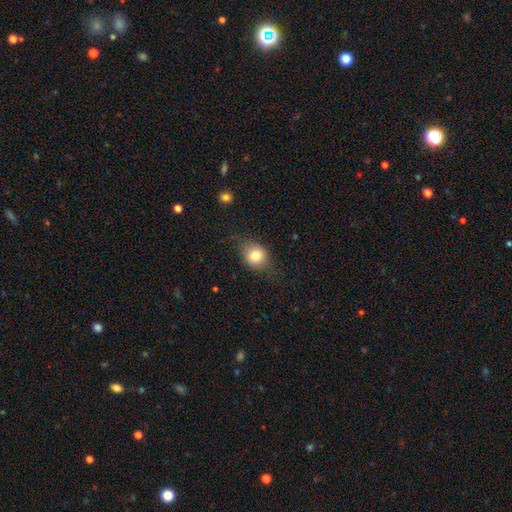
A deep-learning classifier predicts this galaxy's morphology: The model was most divided on "how rounded": round: 58%, in between: 40%, cigar-shaped: 2%. More confident: smooth or featured — smooth (74%); merging — none (68%).